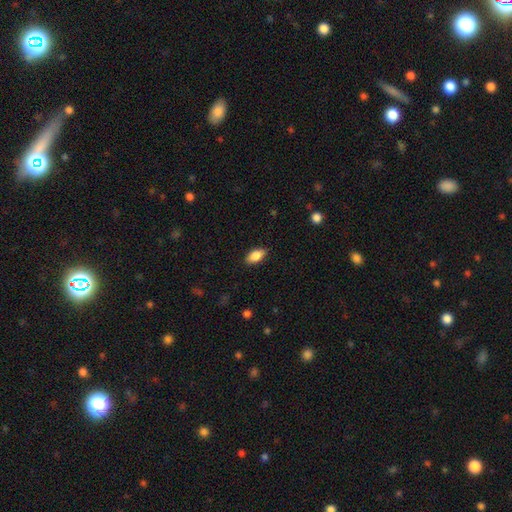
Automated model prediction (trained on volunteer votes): A smooth galaxy with no disk features (85%) that is in between round and cigar-shaped (90%).

Vote fractions:
- Smooth or featured? smooth: 85% / featured or disk: 8% / star or artifact: 7%
- How rounded? in between: 90% / cigar-shaped: 7% / round: 3%
- Merging? none: 86% / minor disturbance: 11% / major disturbance: 2% / merger: 1%